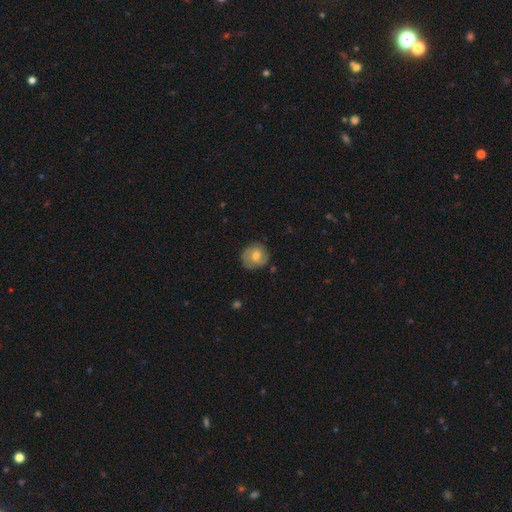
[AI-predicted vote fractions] A smooth galaxy with no disk features (53%) that is round (80%). Merging: none (73%).